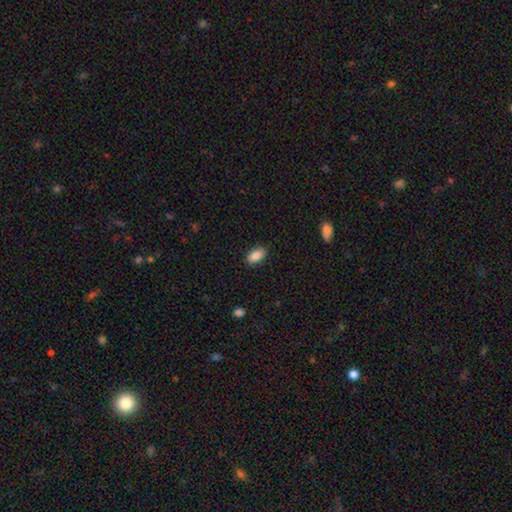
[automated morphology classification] Smooth or featured: smooth — 87% (star or artifact — 7%)
How rounded: in between — 92% (cigar-shaped — 5%)
Merging: none — 88% (minor disturbance — 9%)